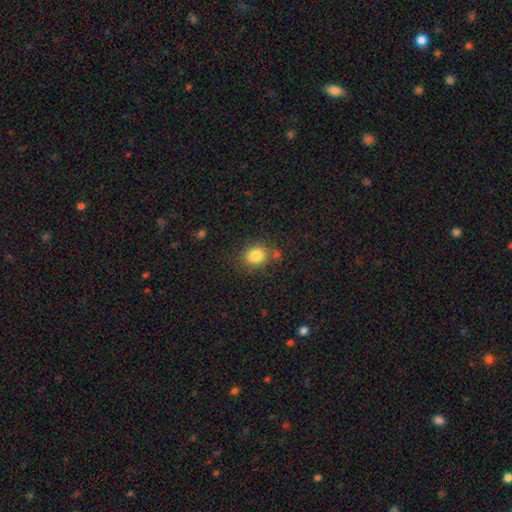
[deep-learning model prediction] Smooth or featured? Predicted: smooth (p=0.84). How rounded? Predicted: round (p=0.60). Merging? Predicted: none (p=0.74).